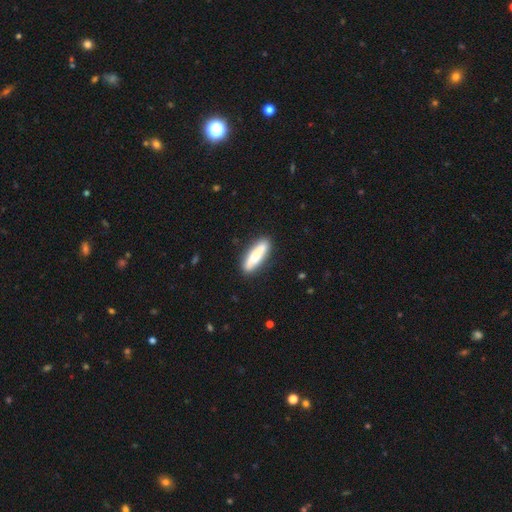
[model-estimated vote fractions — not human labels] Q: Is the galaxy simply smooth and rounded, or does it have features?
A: smooth — 75%.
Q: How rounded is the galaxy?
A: cigar-shaped — 65%.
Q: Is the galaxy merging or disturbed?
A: none — 87%.